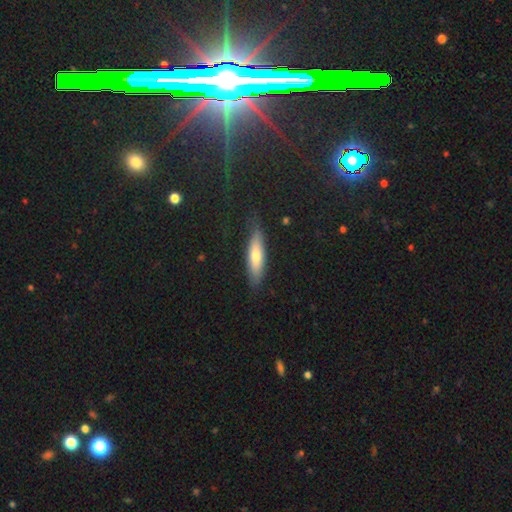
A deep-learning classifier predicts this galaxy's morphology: Smooth or featured?
  - smooth: 63% *
  - featured or disk: 28%
  - star or artifact: 9%
How rounded?
  - cigar-shaped: 70% *
  - in between: 28%
  - round: 2%
Merging?
  - none: 83% *
  - minor disturbance: 13%
  - major disturbance: 3%
  - merger: 1%